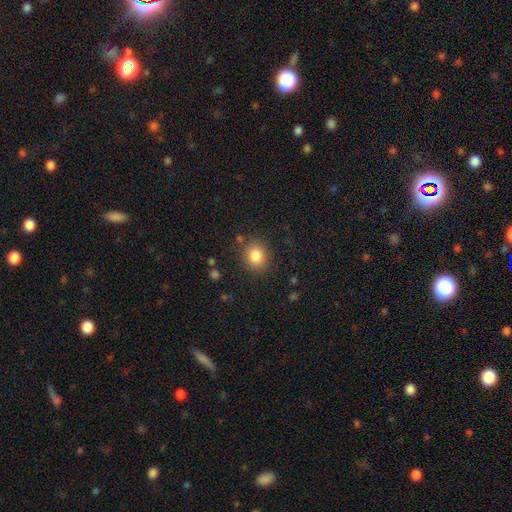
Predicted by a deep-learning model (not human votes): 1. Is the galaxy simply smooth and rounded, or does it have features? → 84% smooth, 10% star or artifact, 5% featured or disk.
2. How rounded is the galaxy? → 69% round, 31% in between, 1% cigar-shaped.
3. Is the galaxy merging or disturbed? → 84% none, 10% minor disturbance, 4% major disturbance, 2% merger.